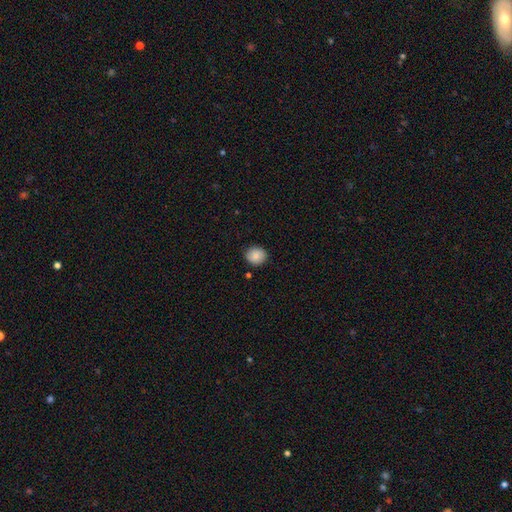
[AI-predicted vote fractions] This appears to be a smooth galaxy with no disk features (86%) that is round (83%). Merging: none (88%).